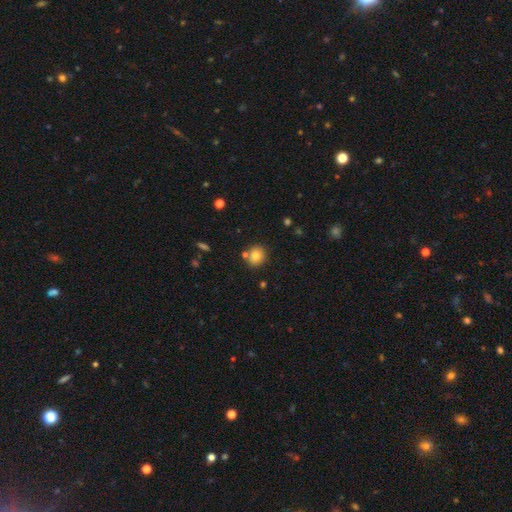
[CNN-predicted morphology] type=smooth (79%); roundness=round (79%); merging=none (76%).